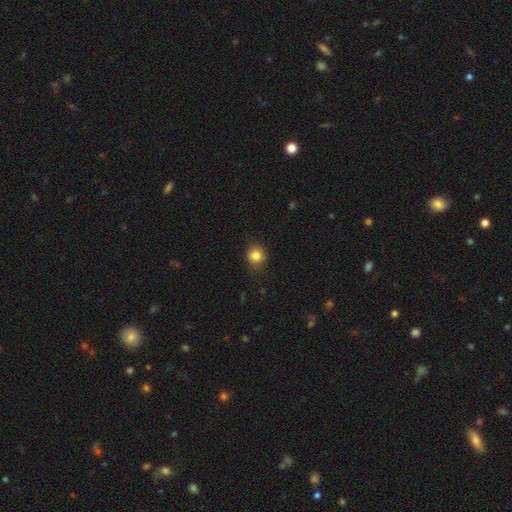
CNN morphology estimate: smooth-or-featured: smooth: 83% | star or artifact: 11% | featured or disk: 6%
  how-rounded: round: 78% | in between: 21% | cigar-shaped: 1%
  merging: none: 80% | minor disturbance: 16% | major disturbance: 3% | merger: 1%